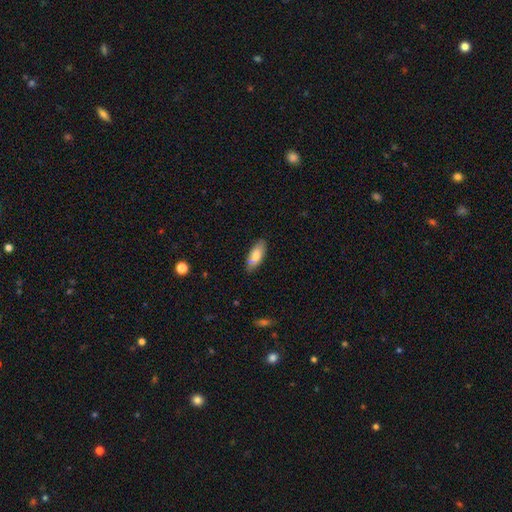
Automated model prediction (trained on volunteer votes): A smooth galaxy with no disk features (71%) that is in between round and cigar-shaped (82%).

Vote fractions:
- Smooth or featured? smooth: 71% / featured or disk: 22% / star or artifact: 7%
- How rounded? in between: 82% / cigar-shaped: 15% / round: 2%
- Merging? none: 78% / minor disturbance: 16% / merger: 3% / major disturbance: 3%